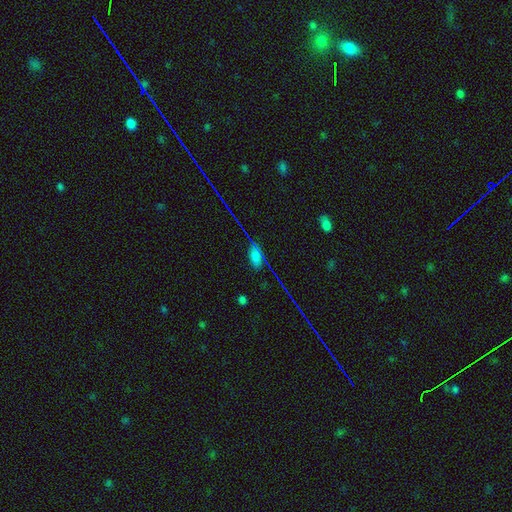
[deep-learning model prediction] A smooth galaxy with no disk features (48%).

Vote fractions:
- Smooth or featured? smooth: 48% / star or artifact: 37% / featured or disk: 15%
- Merging? none: 61% / minor disturbance: 23% / major disturbance: 11% / merger: 5%